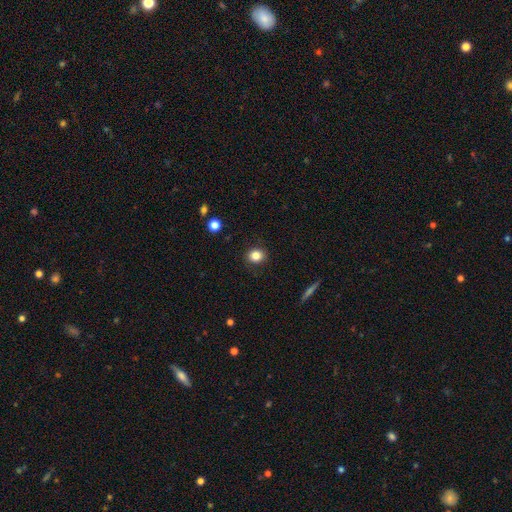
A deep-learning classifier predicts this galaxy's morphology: This appears to be a smooth galaxy with no disk features (84%) that is round (73%). Merging: none (89%).